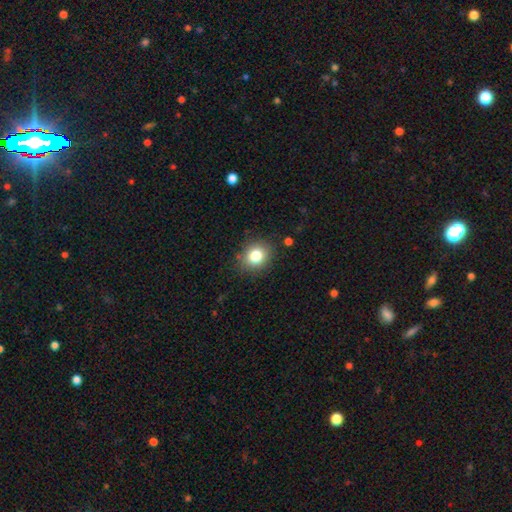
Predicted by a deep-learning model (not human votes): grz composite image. It shows a smooth galaxy with no disk features (80%) that is round (69%). Merging: none (86%).